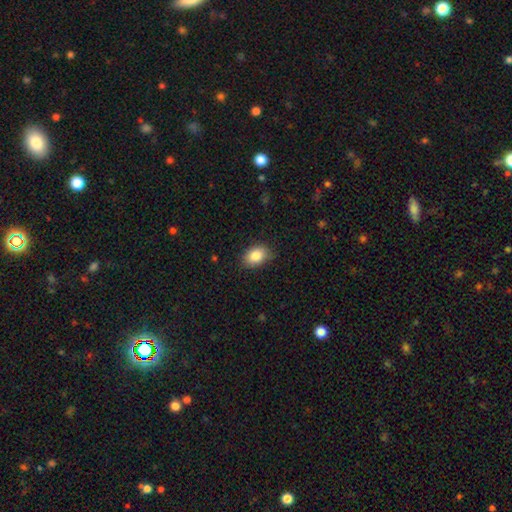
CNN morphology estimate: smooth-or-featured: smooth: 86% | star or artifact: 8% | featured or disk: 7%
  how-rounded: in between: 81% | round: 18% | cigar-shaped: 1%
  merging: none: 82% | minor disturbance: 14% | major disturbance: 3% | merger: 1%